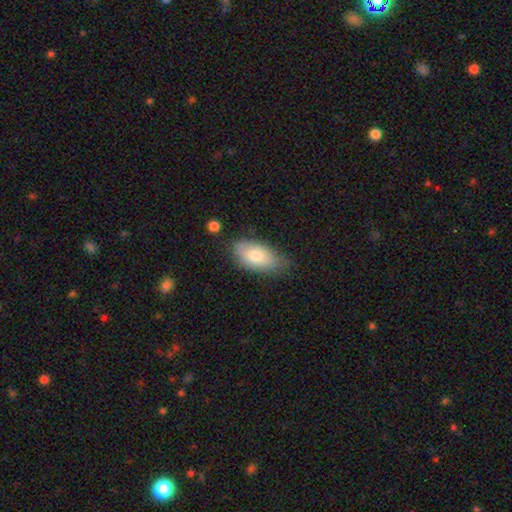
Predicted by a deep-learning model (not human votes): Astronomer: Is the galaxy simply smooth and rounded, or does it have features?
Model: smooth — 76%.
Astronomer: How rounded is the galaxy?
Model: in between — 92%.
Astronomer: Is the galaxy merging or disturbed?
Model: none — 67%.